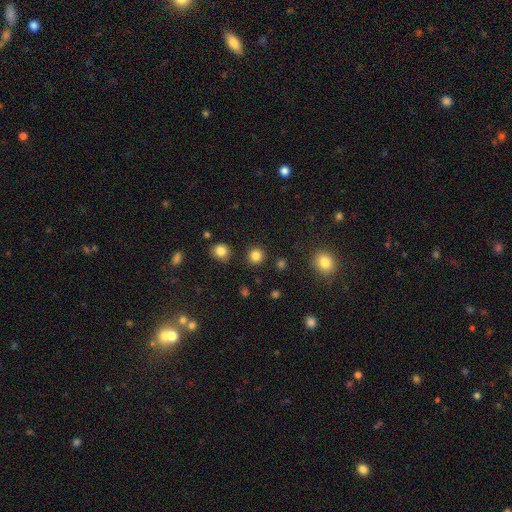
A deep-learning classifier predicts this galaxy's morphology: Smooth or featured? smooth (83%)
How rounded? round (93%)
Merging? none (90%)